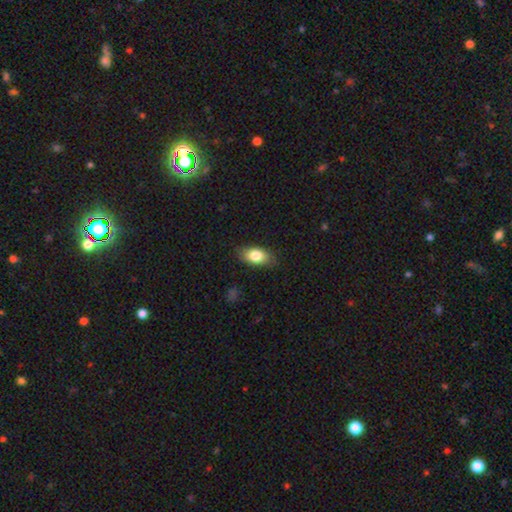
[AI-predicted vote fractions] A smooth galaxy with no disk features (81%) that is in between round and cigar-shaped (90%).

Vote fractions:
- Smooth or featured? smooth: 81% / featured or disk: 12% / star or artifact: 7%
- How rounded? in between: 90% / round: 6% / cigar-shaped: 4%
- Merging? none: 83% / minor disturbance: 13% / major disturbance: 3% / merger: 1%